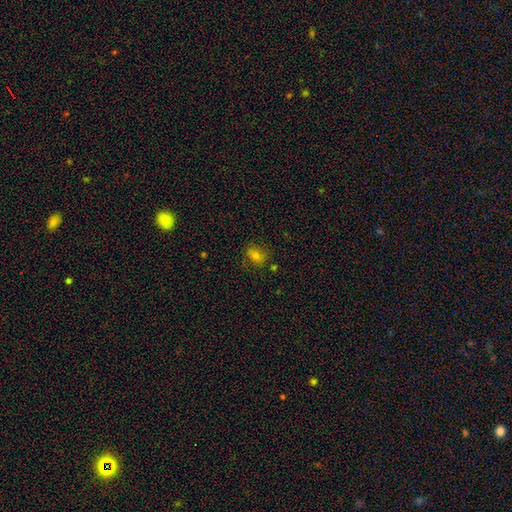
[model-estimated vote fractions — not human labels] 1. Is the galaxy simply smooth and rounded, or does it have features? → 68% smooth, 17% star or artifact, 14% featured or disk.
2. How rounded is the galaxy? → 50% round, 49% in between, 2% cigar-shaped.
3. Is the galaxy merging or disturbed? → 75% none, 17% minor disturbance, 5% major disturbance, 3% merger.